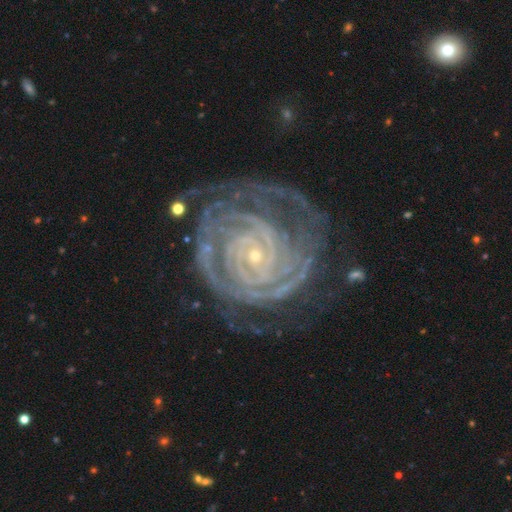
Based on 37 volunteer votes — featured or disk 95%, smooth 3%, star or artifact 3%. Down the decision tree: edge-on disk — no (100%); bar — no (60%); spiral arms — yes (100%); spiral arm count — can't tell (37%); spiral winding — tight (74%); bulge size — small (86%); merging — none (53%).